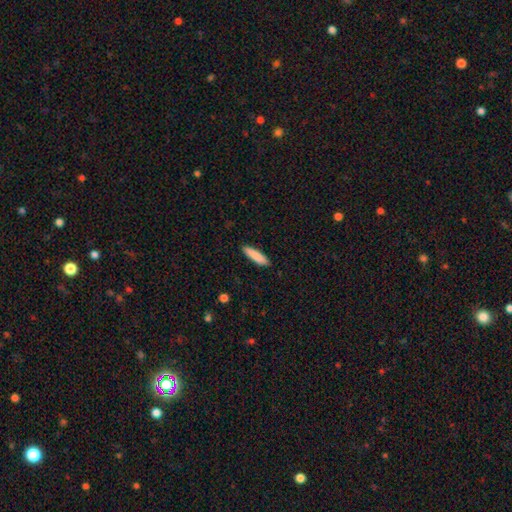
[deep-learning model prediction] A smooth galaxy with no disk features (86%) that is cigar-shaped (77%). Merging: none (89%).